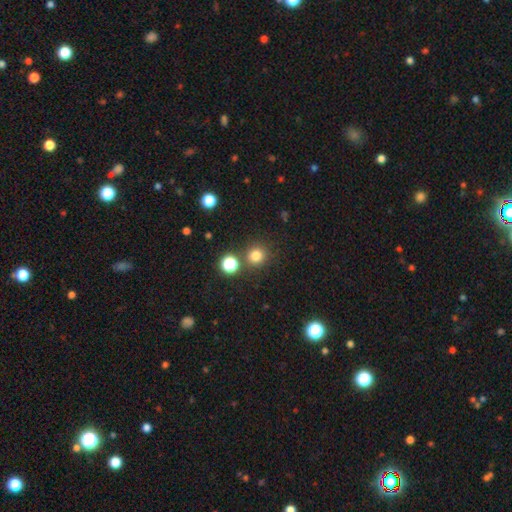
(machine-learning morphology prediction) Smooth or featured? Predicted: smooth (p=0.78). How rounded? Predicted: round (p=0.92). Merging? Predicted: none (p=0.81).